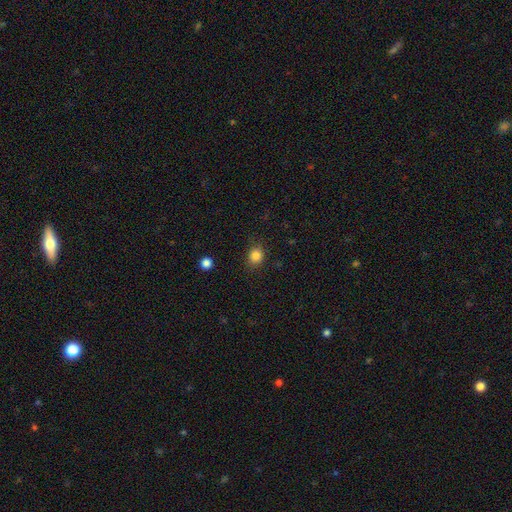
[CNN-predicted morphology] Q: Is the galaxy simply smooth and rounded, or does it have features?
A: smooth — 84%.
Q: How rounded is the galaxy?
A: round — 72%.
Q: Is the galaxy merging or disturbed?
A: none — 82%.